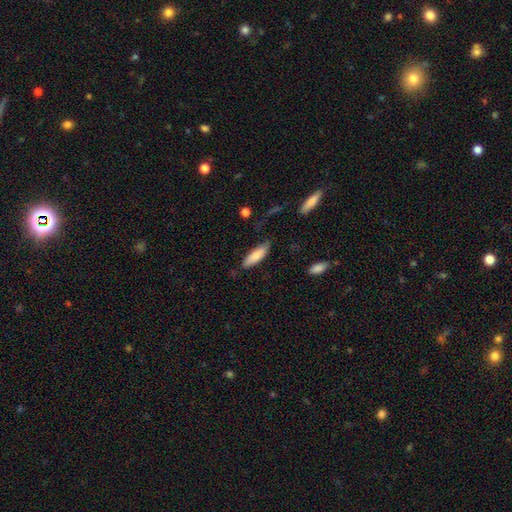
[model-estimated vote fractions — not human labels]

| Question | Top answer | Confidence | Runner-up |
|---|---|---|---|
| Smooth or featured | smooth | 83% | featured or disk (11%) |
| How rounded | in between | 50% | cigar-shaped (49%) |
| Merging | none | 72% | minor disturbance (21%) |